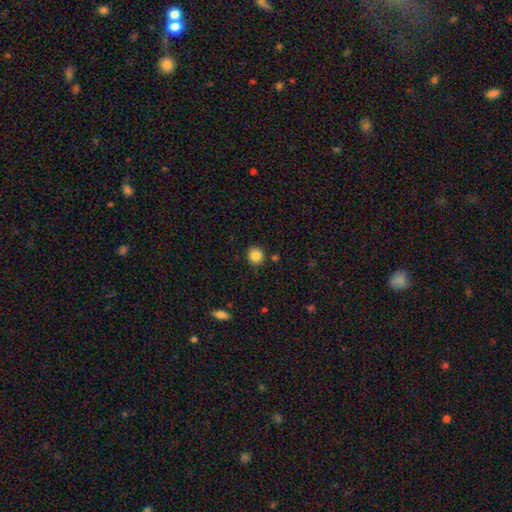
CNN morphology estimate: This appears to be a smooth galaxy with no disk features (85%) that is round (82%). Merging: none (86%).